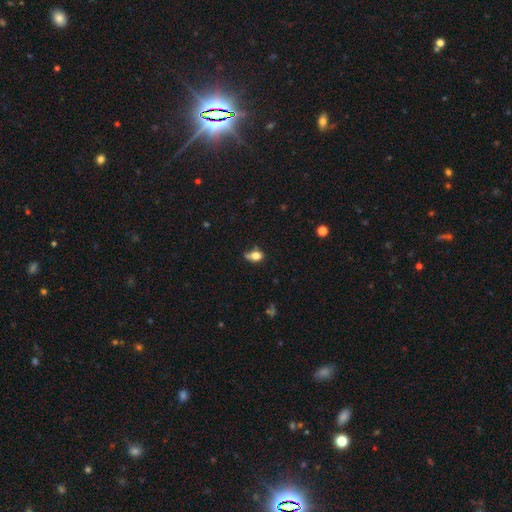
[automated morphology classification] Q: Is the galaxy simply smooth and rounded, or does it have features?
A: smooth — 77%.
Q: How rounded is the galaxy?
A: in between — 67%.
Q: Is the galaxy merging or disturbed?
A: none — 41%.